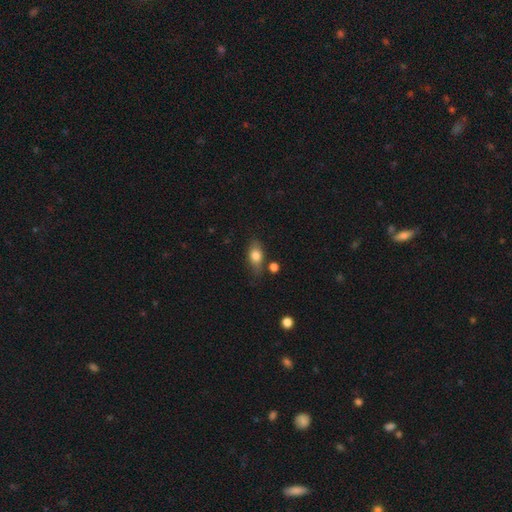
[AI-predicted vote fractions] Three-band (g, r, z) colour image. It shows a smooth galaxy with no disk features (77%) that is in between round and cigar-shaped (81%). Merging: none (68%).